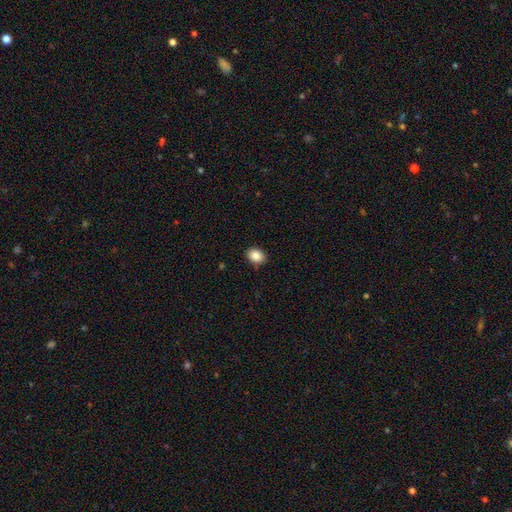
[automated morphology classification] This appears to be a smooth galaxy with no disk features (87%) that is in between round and cigar-shaped (66%). Merging: none (89%).